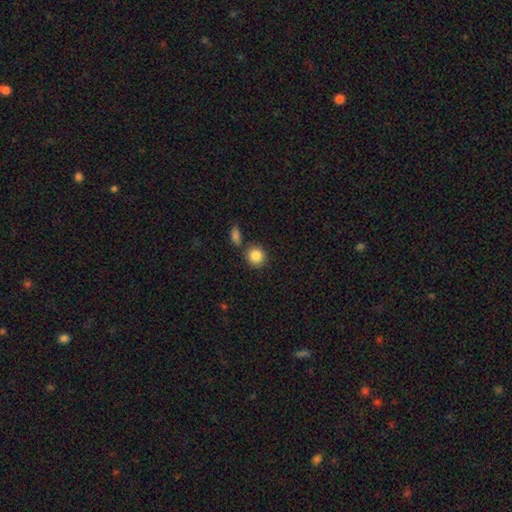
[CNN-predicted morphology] smooth_or_featured: smooth (p=0.87) [alt: star or artifact p=0.08]
how_rounded: round (p=0.86) [alt: in between p=0.13]
merging: none (p=0.75) [alt: merger p=0.12]